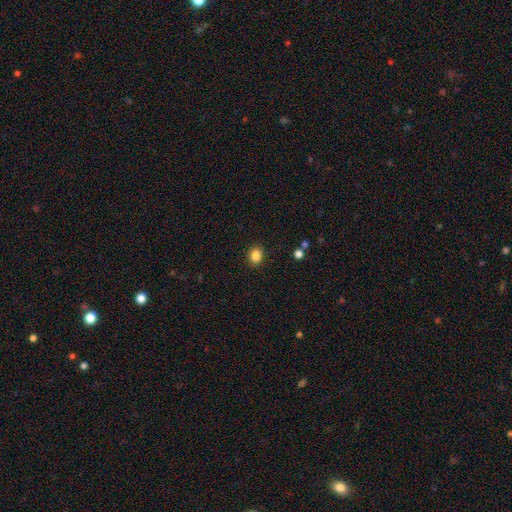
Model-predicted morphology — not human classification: smooth_or_featured: smooth (p=0.85) [alt: star or artifact p=0.10]
how_rounded: round (p=0.61) [alt: in between p=0.38]
merging: none (p=0.90) [alt: minor disturbance p=0.07]